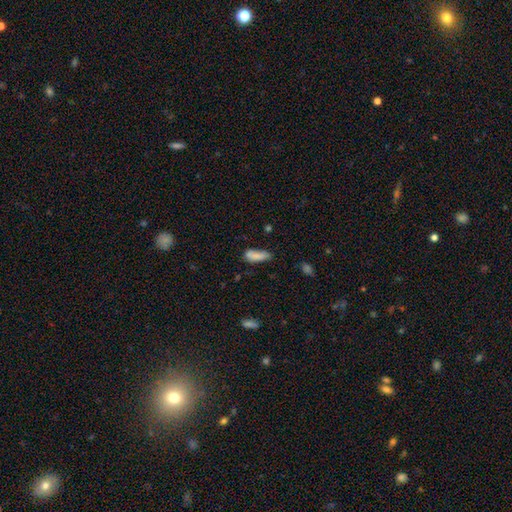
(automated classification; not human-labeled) This is clearly a smooth galaxy (82%). How rounded: likely in between (66%). Merging: possibly none (54%).